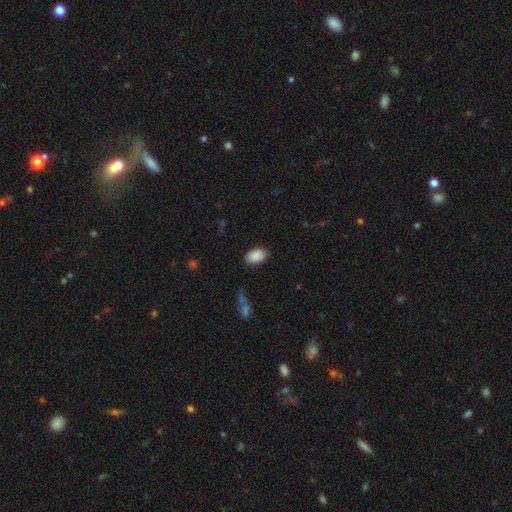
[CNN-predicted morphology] A smooth galaxy with no disk features (89%) that is in between round and cigar-shaped (88%).

Vote fractions:
- Smooth or featured? smooth: 89% / star or artifact: 7% / featured or disk: 4%
- How rounded? in between: 88% / round: 11% / cigar-shaped: 1%
- Merging? none: 84% / minor disturbance: 11% / major disturbance: 3% / merger: 1%